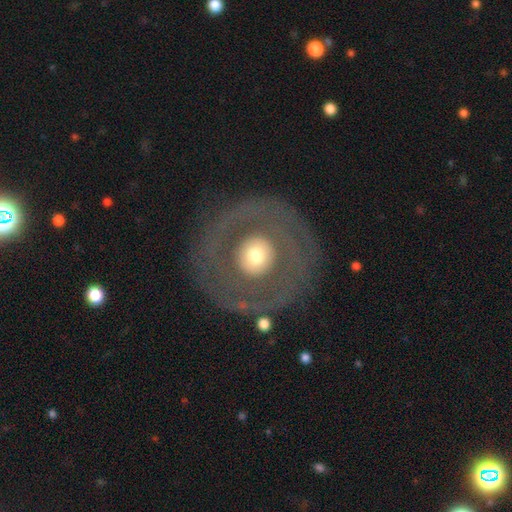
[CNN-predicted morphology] smooth_or_featured: featured or disk (p=0.50) [alt: smooth p=0.42]
disk_edge_on: no (p=0.94) [alt: yes p=0.06]
merging: none (p=0.80) [alt: major disturbance p=0.09]